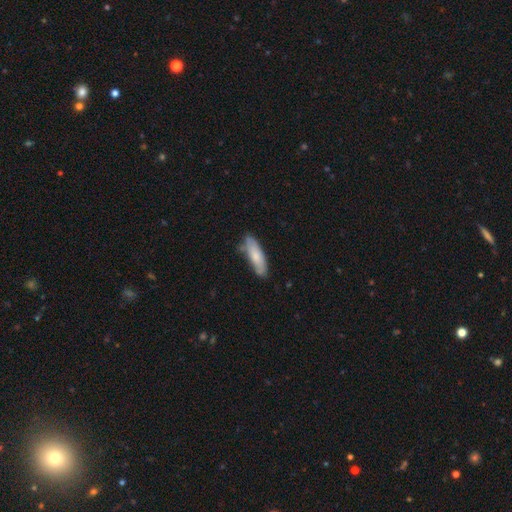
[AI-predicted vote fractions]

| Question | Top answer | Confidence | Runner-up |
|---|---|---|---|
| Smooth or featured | smooth | 74% | featured or disk (20%) |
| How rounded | cigar-shaped | 53% | in between (46%) |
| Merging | none | 70% | minor disturbance (23%) |